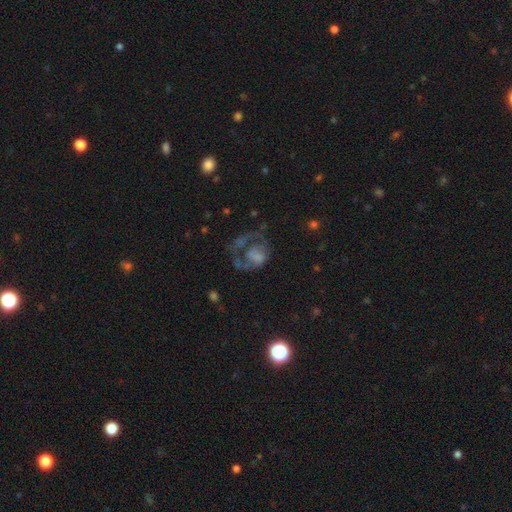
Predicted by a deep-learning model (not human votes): smooth-or-featured: featured or disk: 50% | smooth: 37% | star or artifact: 13%
  merging: major disturbance: 49% | none: 25% | minor disturbance: 15% | merger: 10%